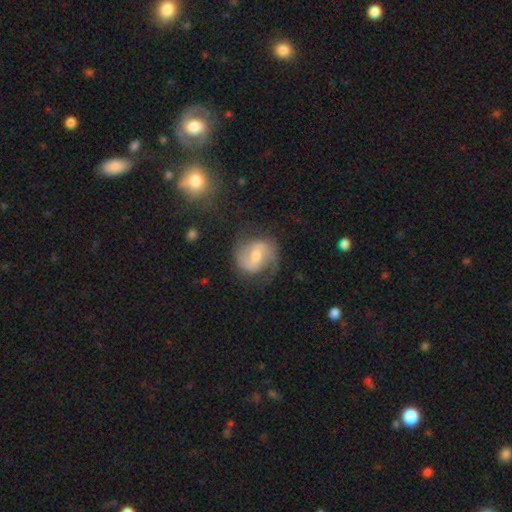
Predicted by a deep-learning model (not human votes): A featured or disk galaxy (80%) with a weak bar (52%), 2 (88%) medium (52%) spiral arms (94%) and a moderate central bulge (59%). Merging: none (74%).